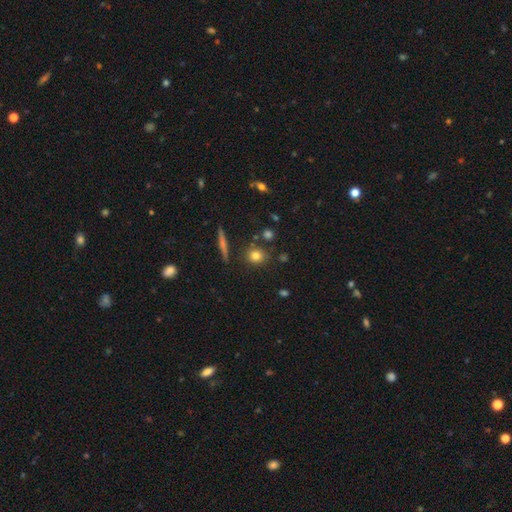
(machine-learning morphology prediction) smooth-or-featured: smooth: 77% | star or artifact: 12% | featured or disk: 11%
  how-rounded: round: 78% | in between: 19% | cigar-shaped: 3%
  merging: none: 80% | minor disturbance: 11% | merger: 6% | major disturbance: 3%